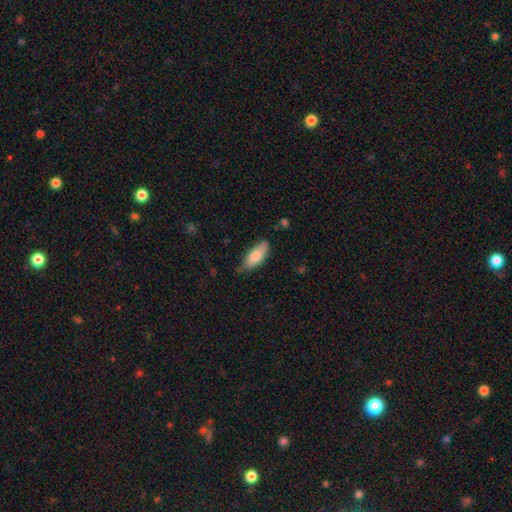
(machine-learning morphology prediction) Overall: smooth (77%). How rounded: in between (74%). Merging: none (65%; minor disturbance 29%).